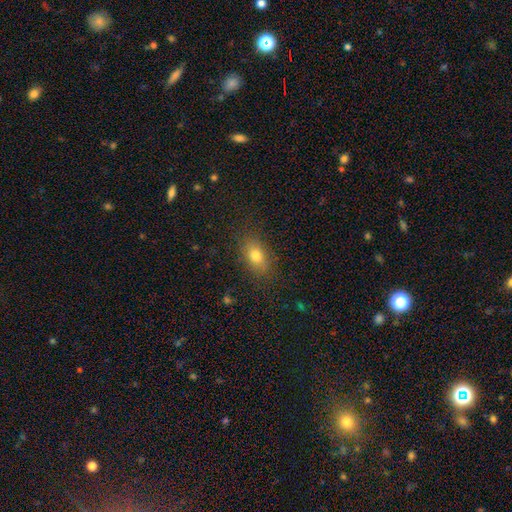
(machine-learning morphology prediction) This appears to be a smooth galaxy with no disk features (78%) that is in between round and cigar-shaped (82%). Merging: none (83%).